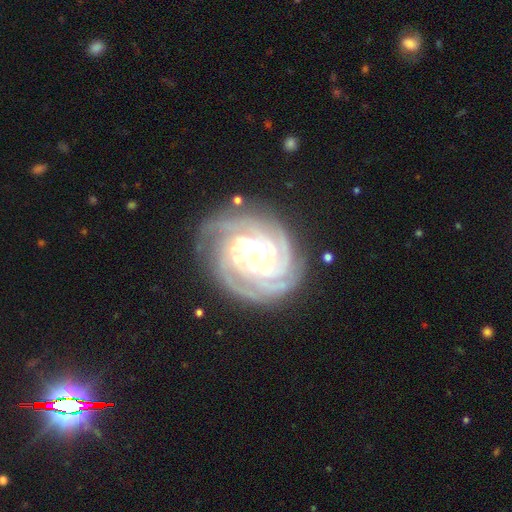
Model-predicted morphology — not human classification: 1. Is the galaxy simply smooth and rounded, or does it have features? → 89% featured or disk, 6% star or artifact, 5% smooth.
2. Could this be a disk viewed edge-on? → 97% no, 3% yes.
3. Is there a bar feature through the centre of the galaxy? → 70% no, 21% weak, 10% strong.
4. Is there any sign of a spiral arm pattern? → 98% yes, 2% no.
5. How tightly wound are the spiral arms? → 81% tight, 17% medium, 2% loose.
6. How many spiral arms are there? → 36% 4, 21% more than 4, 16% 3, 14% can't tell, 7% 2, 6% 1.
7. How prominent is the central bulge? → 78% small, 13% moderate, 5% none, 3% large, 1% dominant.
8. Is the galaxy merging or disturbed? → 77% none, 16% minor disturbance, 5% major disturbance, 2% merger.